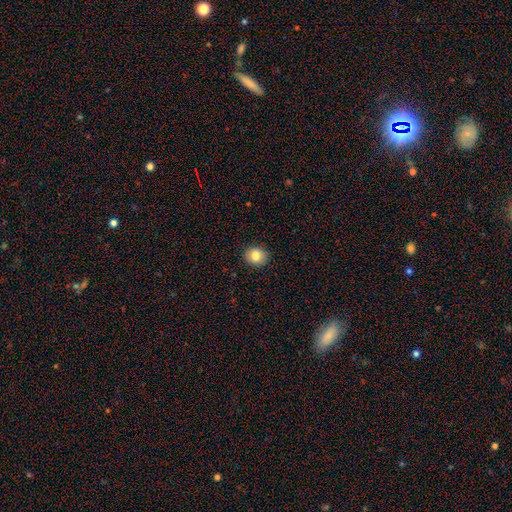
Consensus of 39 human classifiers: Volunteers were most divided on "how rounded": round: 76%, in between: 24%, cigar-shaped: 0%. More confident: merging — none (100%); smooth or featured — smooth (85%).